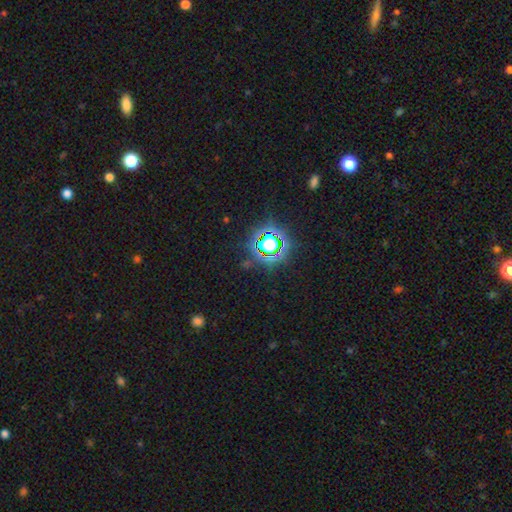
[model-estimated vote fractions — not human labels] This appears to be a star or artifact, not a galaxy (79%).